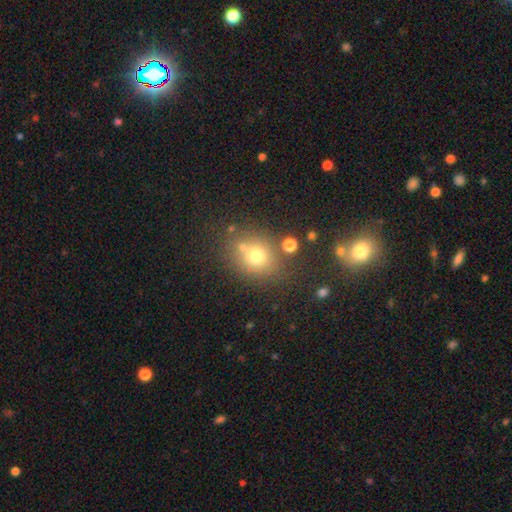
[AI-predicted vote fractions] Smooth or featured: smooth — 69% (star or artifact — 18%)
How rounded: round — 65% (in between — 34%)
Merging: none — 69% (merger — 14%)